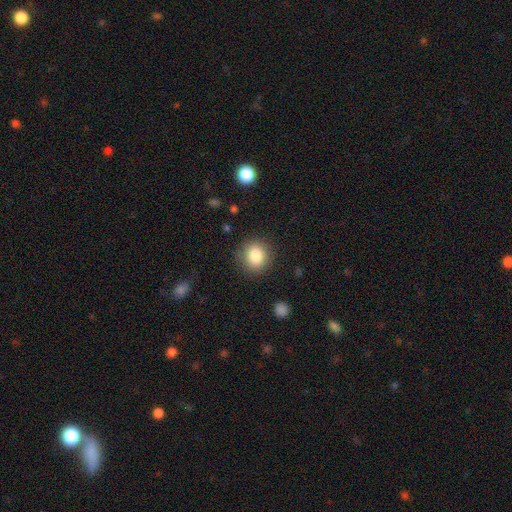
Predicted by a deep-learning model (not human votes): Morphology: type=smooth (84%); roundness=round (85%); merging=none (87%).